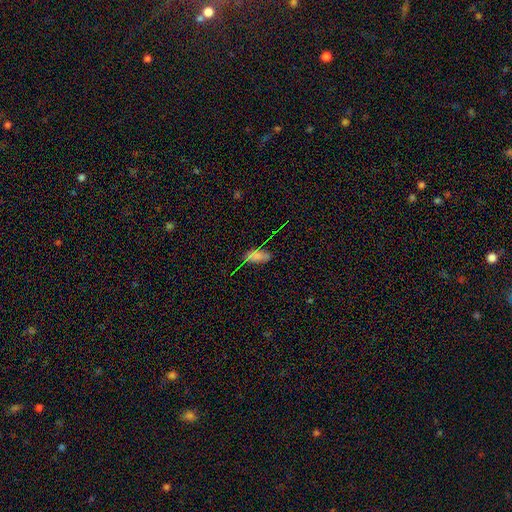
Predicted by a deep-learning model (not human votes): Smooth or featured? smooth (66%)
How rounded? in between (88%)
Merging? none (52%)